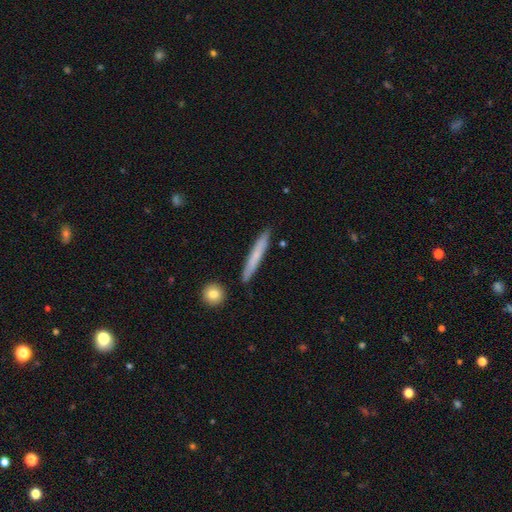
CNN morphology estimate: smooth_or_featured: smooth (p=0.63) [alt: featured or disk p=0.31]
how_rounded: cigar-shaped (p=0.96) [alt: in between p=0.03]
merging: none (p=0.88) [alt: minor disturbance p=0.09]